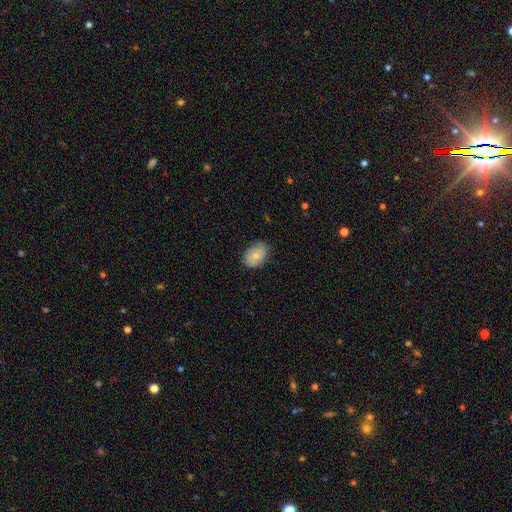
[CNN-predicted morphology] A smooth galaxy with no disk features (72%) that is in between round and cigar-shaped (78%). Merging: none (76%).